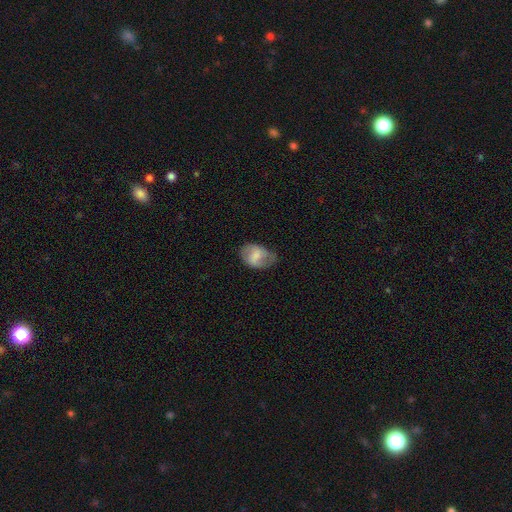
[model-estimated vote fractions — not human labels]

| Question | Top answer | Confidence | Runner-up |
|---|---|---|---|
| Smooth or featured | smooth | 62% | featured or disk (30%) |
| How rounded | in between | 79% | round (19%) |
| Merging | none | 53% | minor disturbance (32%) |